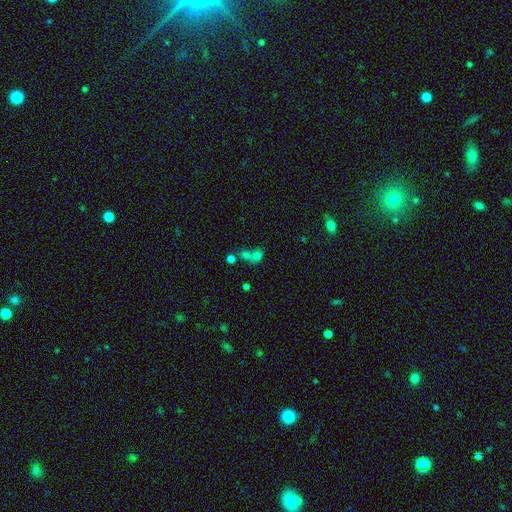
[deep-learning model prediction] Q: Smooth or featured?
A: smooth (65%); runner-up: star or artifact (20%)
Q: How rounded?
A: round (58%); runner-up: in between (40%)
Q: Merging?
A: merger (56%); runner-up: none (29%)